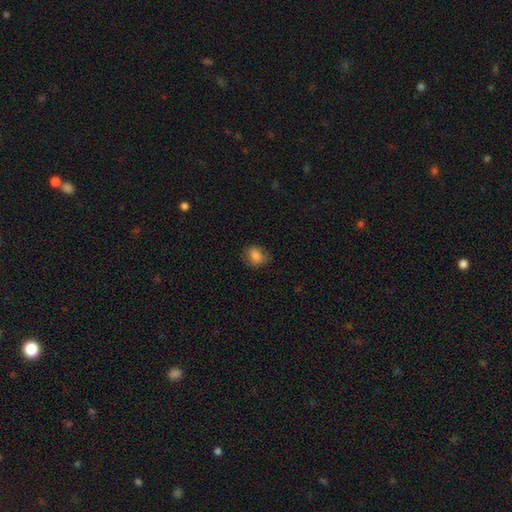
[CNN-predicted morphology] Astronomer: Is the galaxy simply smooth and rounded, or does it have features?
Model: smooth — 83%.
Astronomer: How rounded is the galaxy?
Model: in between — 50% (runner-up: round, 49%).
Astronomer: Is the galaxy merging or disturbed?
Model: none — 74%.